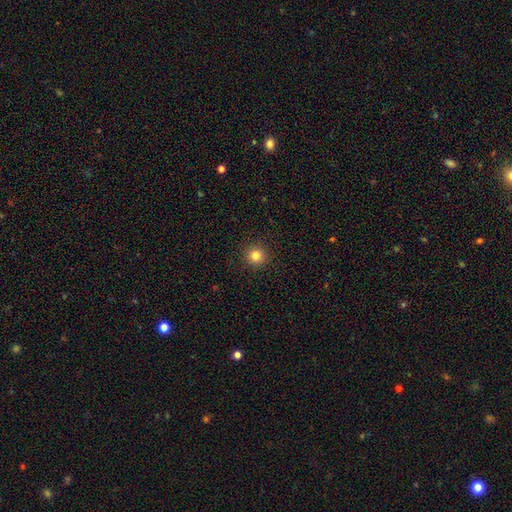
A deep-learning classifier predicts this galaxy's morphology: Smooth or featured? Predicted: smooth (p=0.82). How rounded? Predicted: round (p=0.95). Merging? Predicted: none (p=0.92).